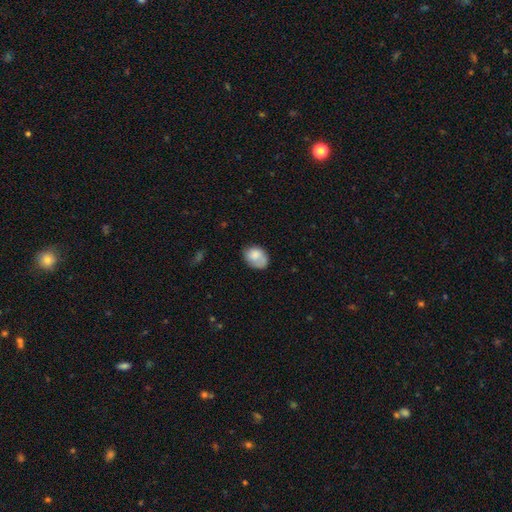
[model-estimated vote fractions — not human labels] A smooth galaxy with no disk features (76%) that is in between round and cigar-shaped (71%). Merging: none (54%).